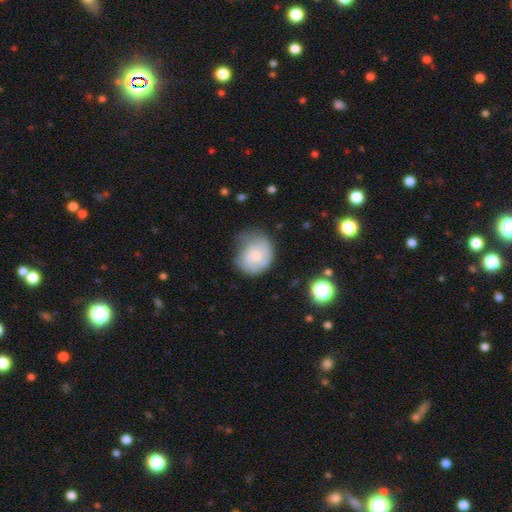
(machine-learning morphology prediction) Smooth or featured? Predicted: smooth (p=0.54). How rounded? Predicted: round (p=0.68). Merging? Predicted: none (p=0.44).